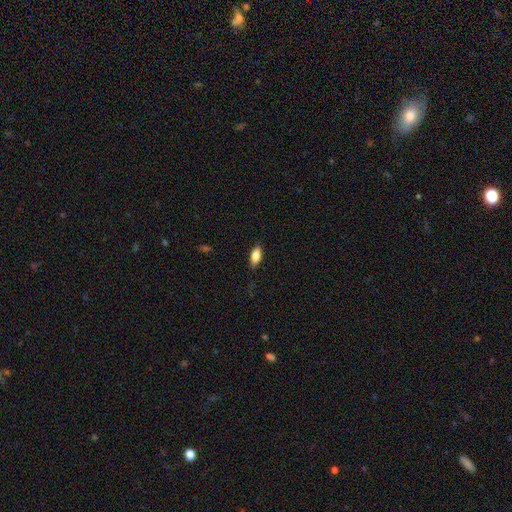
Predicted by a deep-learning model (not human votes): Overall: smooth (83%). How rounded: in between (87%). Merging: none (84%).